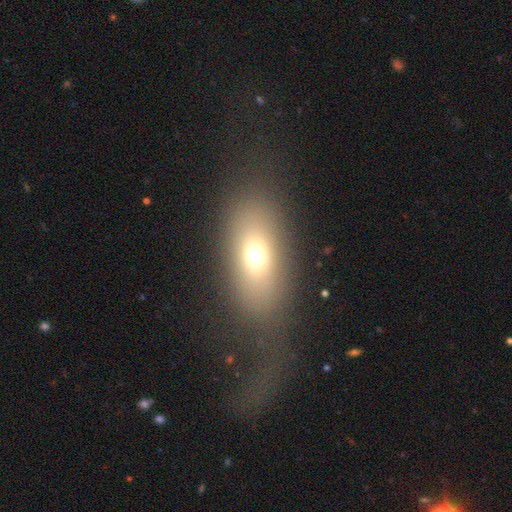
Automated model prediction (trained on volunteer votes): Smooth or featured? smooth (65%)
How rounded? in between (77%)
Merging? none (68%)